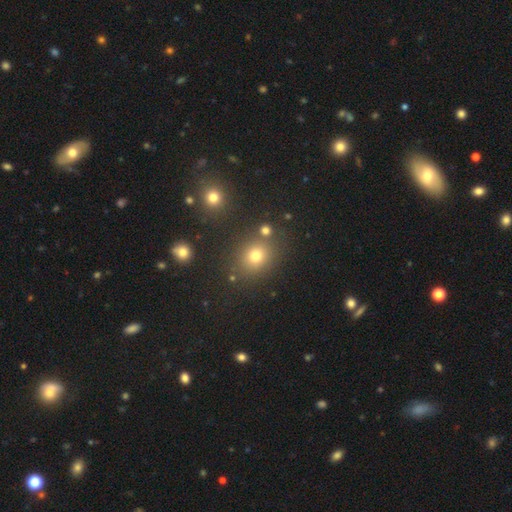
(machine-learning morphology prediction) Smooth or featured?
  - smooth: 71% *
  - star or artifact: 21%
  - featured or disk: 8%
How rounded?
  - round: 69% *
  - in between: 30%
  - cigar-shaped: 1%
Merging?
  - none: 79% *
  - minor disturbance: 9%
  - merger: 7%
  - major disturbance: 4%